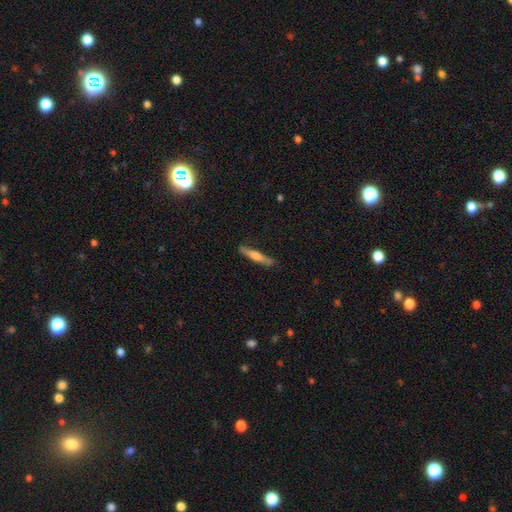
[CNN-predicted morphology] A featured or disk galaxy (51%) viewed edge-on (94%).

Vote fractions:
- Smooth or featured? featured or disk: 51% / smooth: 44% / star or artifact: 6%
- Edge-on disk? yes: 94% / no: 6%
- Merging? none: 84% / minor disturbance: 12% / major disturbance: 2% / merger: 1%